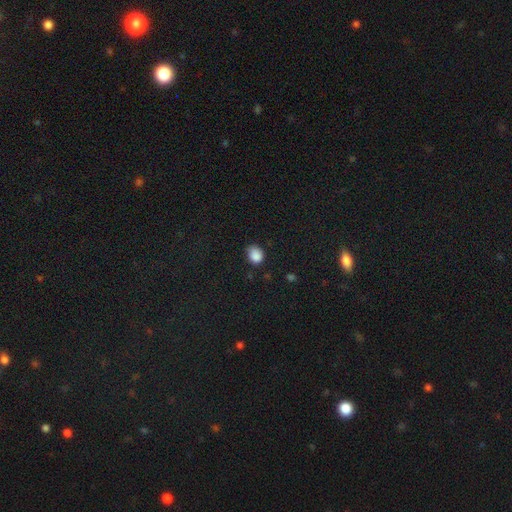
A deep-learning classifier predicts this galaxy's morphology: Smooth or featured?
  - smooth: 86% *
  - star or artifact: 10%
  - featured or disk: 4%
How rounded?
  - round: 52% *
  - in between: 47%
  - cigar-shaped: 1%
Merging?
  - none: 63% *
  - minor disturbance: 30%
  - major disturbance: 5%
  - merger: 2%